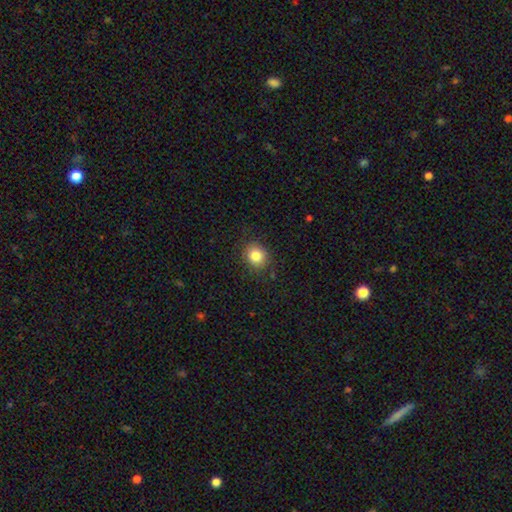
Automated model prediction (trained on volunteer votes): A smooth galaxy with no disk features (82%) that is round (76%).

Vote fractions:
- Smooth or featured? smooth: 82% / star or artifact: 11% / featured or disk: 7%
- How rounded? round: 76% / in between: 23% / cigar-shaped: 1%
- Merging? none: 86% / minor disturbance: 10% / major disturbance: 3% / merger: 1%